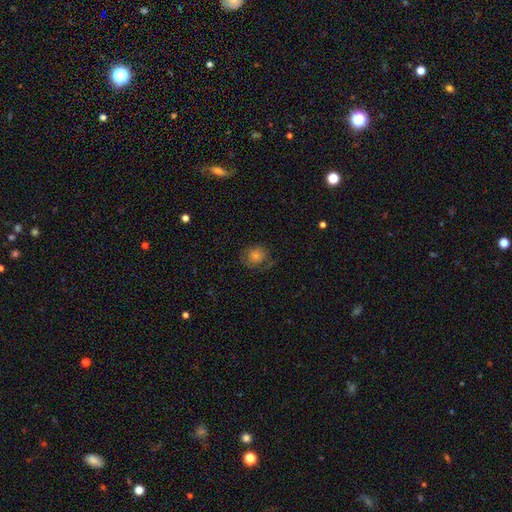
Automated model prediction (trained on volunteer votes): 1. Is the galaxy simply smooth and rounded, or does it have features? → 53% smooth, 30% featured or disk, 17% star or artifact.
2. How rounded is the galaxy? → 77% round, 22% in between, 1% cigar-shaped.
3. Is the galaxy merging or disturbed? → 69% none, 18% minor disturbance, 11% major disturbance, 2% merger.